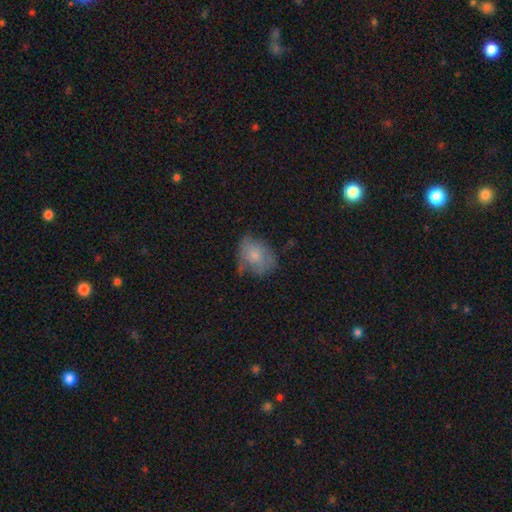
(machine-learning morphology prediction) Overall: smooth (66%). How rounded: in between (64%; round 35%). Merging: none (46%; minor disturbance 35%).